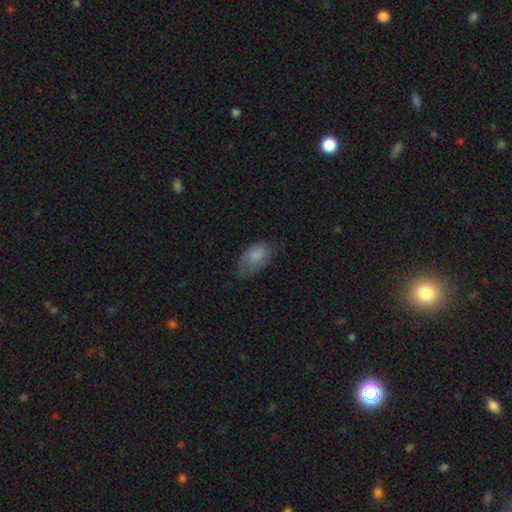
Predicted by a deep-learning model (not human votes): A smooth galaxy with no disk features (80%) that is in between round and cigar-shaped (93%). Merging: none (59%).